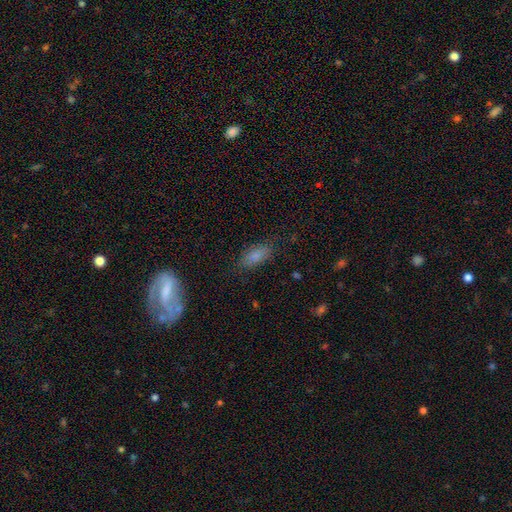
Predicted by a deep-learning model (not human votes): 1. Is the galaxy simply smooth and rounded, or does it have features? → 83% smooth, 10% star or artifact, 8% featured or disk.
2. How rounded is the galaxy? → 84% in between, 14% cigar-shaped, 3% round.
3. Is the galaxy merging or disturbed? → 81% none, 13% minor disturbance, 4% major disturbance, 1% merger.